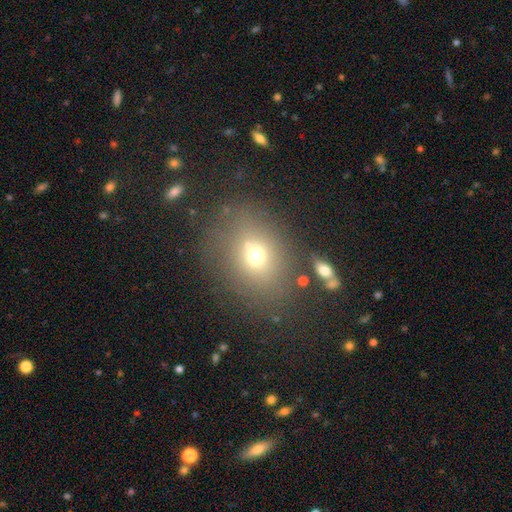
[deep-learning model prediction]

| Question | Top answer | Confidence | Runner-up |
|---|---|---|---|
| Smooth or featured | smooth | 65% | star or artifact (18%) |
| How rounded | round | 51% | in between (48%) |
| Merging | none | 68% | minor disturbance (14%) |